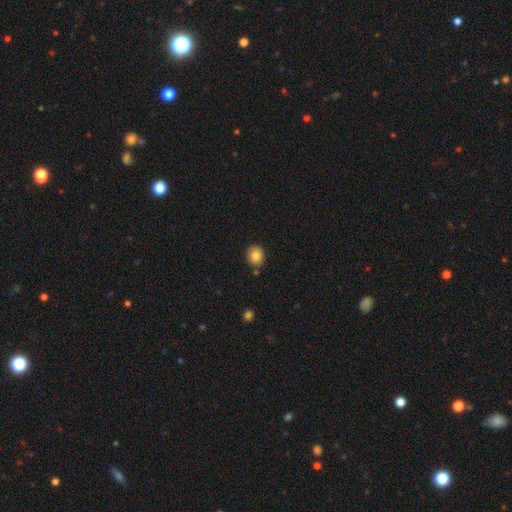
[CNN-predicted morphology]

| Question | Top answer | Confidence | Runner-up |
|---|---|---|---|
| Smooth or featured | smooth | 82% | star or artifact (9%) |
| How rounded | round | 81% | in between (18%) |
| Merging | none | 83% | minor disturbance (10%) |